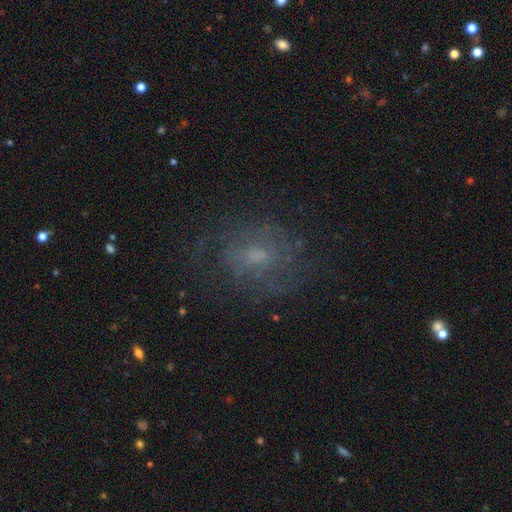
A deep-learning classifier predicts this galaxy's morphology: Q: Smooth or featured?
A: featured or disk (55%); runner-up: smooth (30%)
Q: Edge-on disk?
A: no (96%); runner-up: yes (4%)
Q: Bar?
A: no (59%); runner-up: weak (35%)
Q: Spiral arms?
A: yes (68%); runner-up: no (32%)
Q: Bulge size?
A: small (43%); runner-up: moderate (37%)
Q: Merging?
A: none (65%); runner-up: minor disturbance (18%)